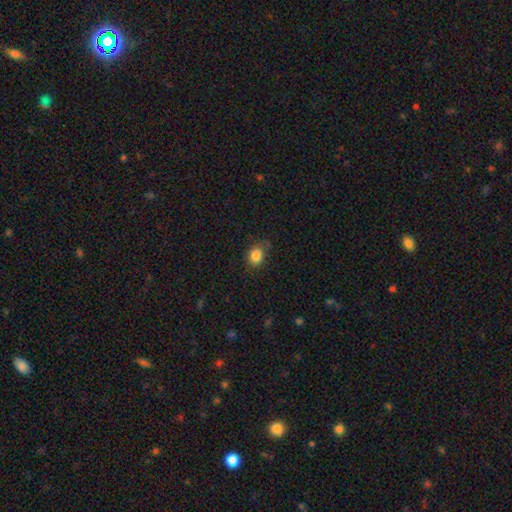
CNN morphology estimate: smooth 84%, star or artifact 10%, featured or disk 5%. Down the decision tree: how rounded — round (58%); merging — none (70%).